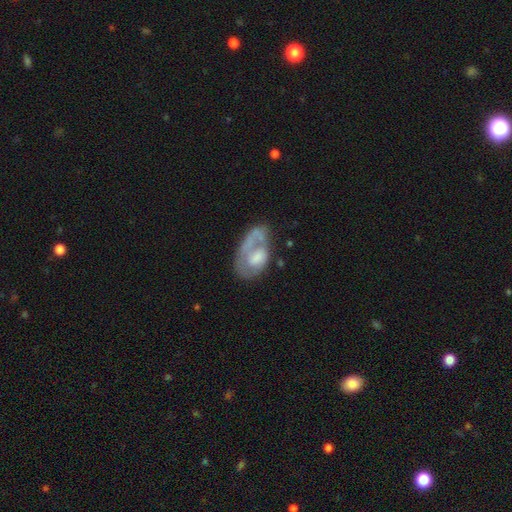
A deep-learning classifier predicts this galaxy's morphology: smooth_or_featured: featured or disk (p=0.53) [alt: smooth p=0.40]
disk_edge_on: no (p=0.94) [alt: yes p=0.06]
bar: no (p=0.76) [alt: weak p=0.20]
has_spiral_arms: no (p=0.62) [alt: yes p=0.38]
bulge_size: moderate (p=0.35) [alt: none p=0.27]
merging: none (p=0.38) [alt: major disturbance p=0.30]